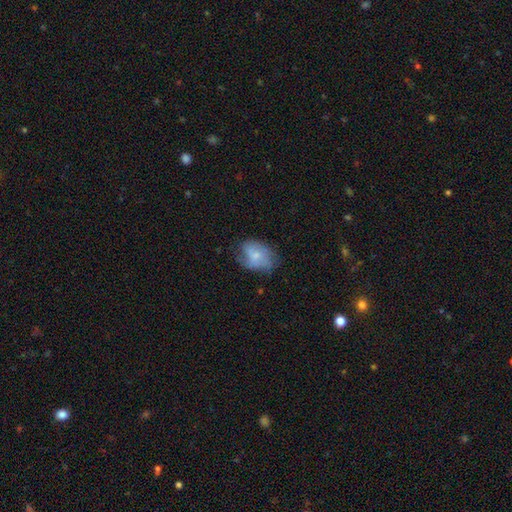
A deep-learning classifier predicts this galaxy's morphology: Q: Smooth or featured?
A: smooth (60%); runner-up: featured or disk (32%)
Q: How rounded?
A: in between (75%); runner-up: round (24%)
Q: Merging?
A: none (51%); runner-up: minor disturbance (32%)